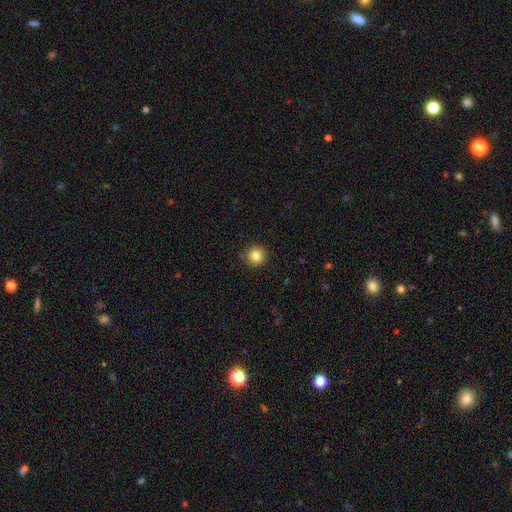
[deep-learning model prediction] This appears to be a smooth galaxy with no disk features (83%) that is round (94%). Merging: none (89%).